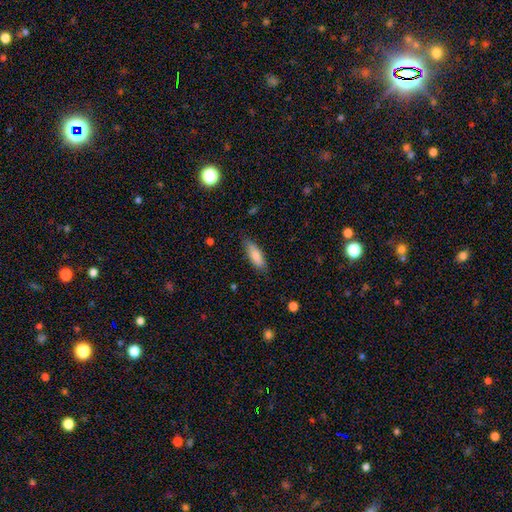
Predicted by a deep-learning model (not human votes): Overall: smooth (83%). How rounded: in between (60%; cigar-shaped 38%). Merging: none (78%).